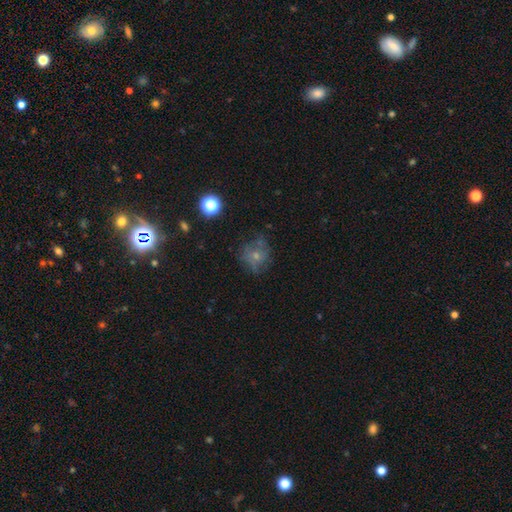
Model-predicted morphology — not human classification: A smooth galaxy with no disk features (55%) that is round (76%). Merging: none (56%).